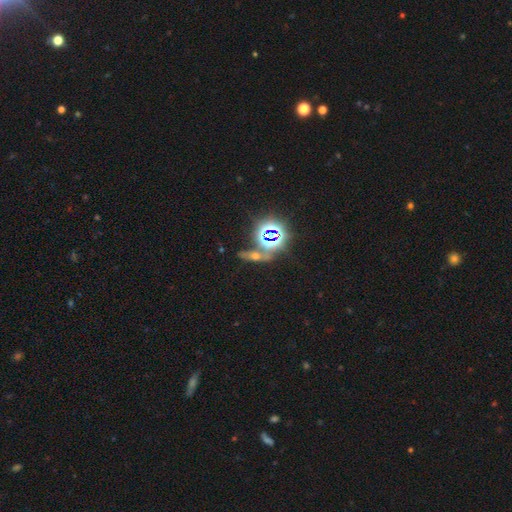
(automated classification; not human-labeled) This is possibly a star or artifact rather than a galaxy (47%).